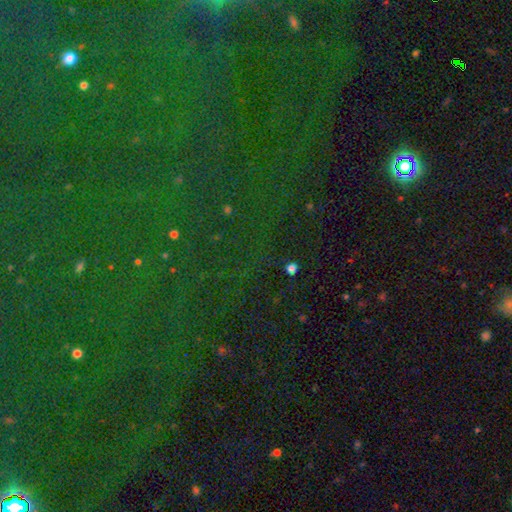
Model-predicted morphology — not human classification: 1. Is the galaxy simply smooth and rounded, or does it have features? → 82% star or artifact, 10% smooth, 8% featured or disk.